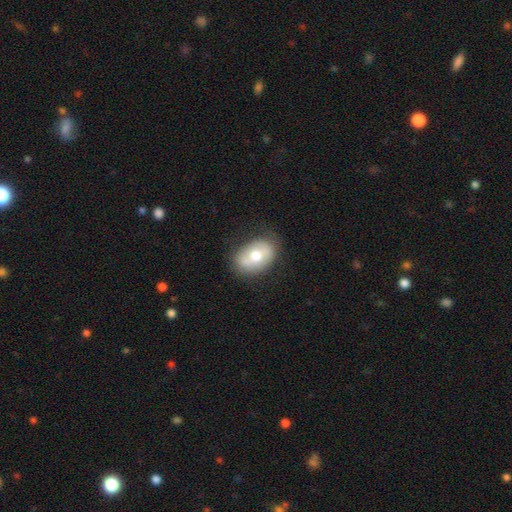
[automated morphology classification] A smooth galaxy with no disk features (61%) that is in between round and cigar-shaped (77%). Merging: none (75%).